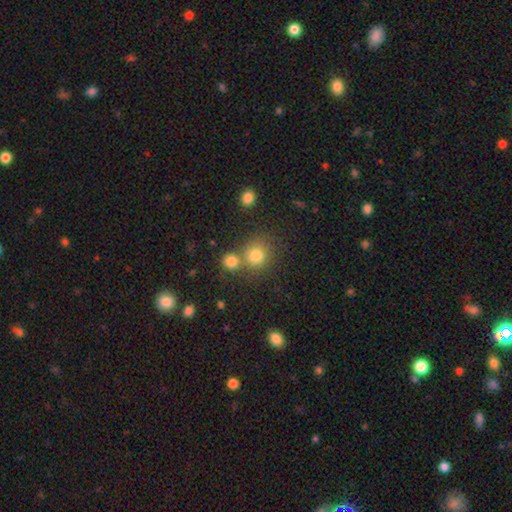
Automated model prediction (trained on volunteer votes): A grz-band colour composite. It shows a smooth galaxy with no disk features (79%) that is round (86%). Merging: none (58%).